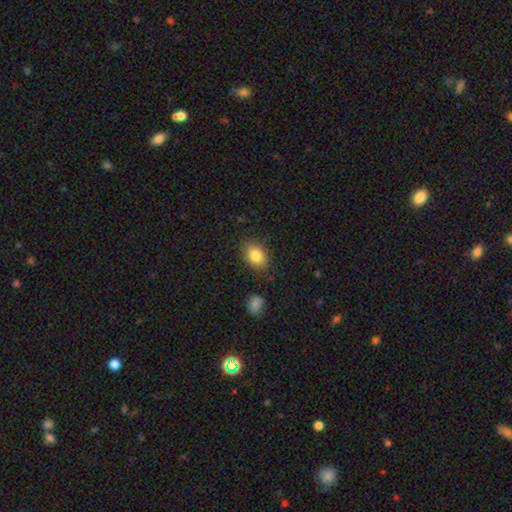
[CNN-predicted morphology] A smooth galaxy with no disk features (83%) that is in between round and cigar-shaped (74%). Merging: none (82%).